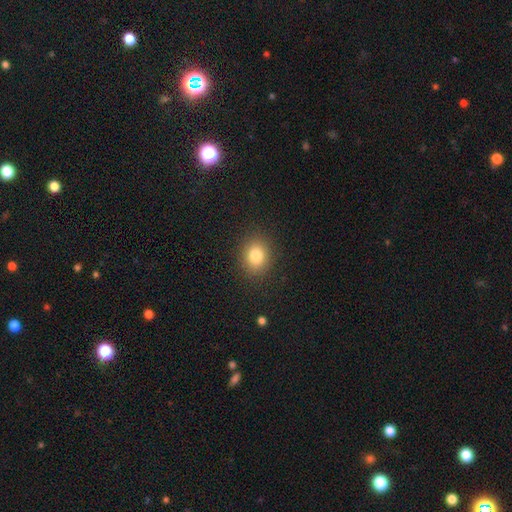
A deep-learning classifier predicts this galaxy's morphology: Smooth or featured?
  - smooth: 82% *
  - star or artifact: 11%
  - featured or disk: 7%
How rounded?
  - round: 62% *
  - in between: 37%
  - cigar-shaped: 1%
Merging?
  - none: 89% *
  - minor disturbance: 7%
  - major disturbance: 3%
  - merger: 1%